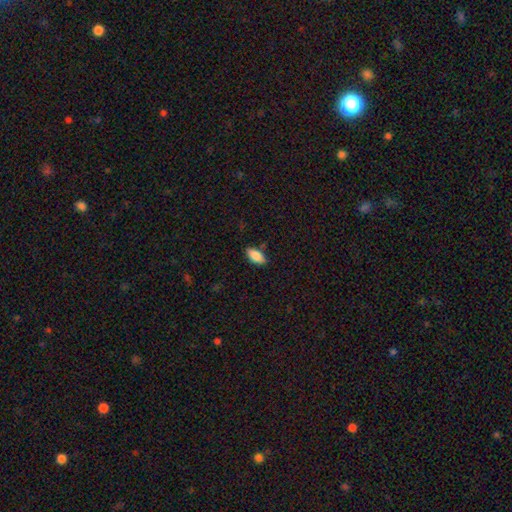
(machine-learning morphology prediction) A smooth galaxy with no disk features (86%) that is in between round and cigar-shaped (90%). Merging: none (83%).